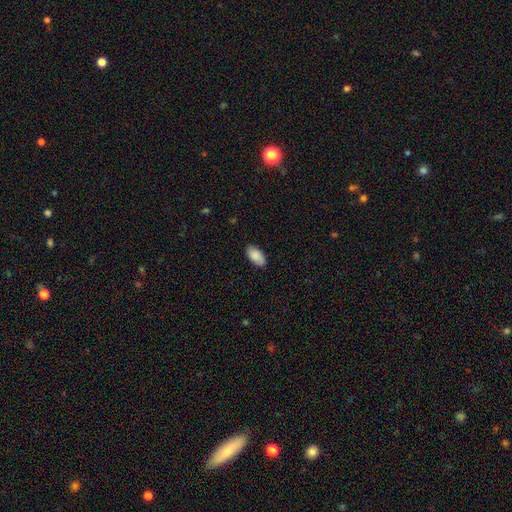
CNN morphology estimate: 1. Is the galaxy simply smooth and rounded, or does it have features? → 88% smooth, 6% featured or disk, 6% star or artifact.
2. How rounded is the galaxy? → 95% in between, 3% cigar-shaped, 2% round.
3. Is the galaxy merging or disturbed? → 86% none, 11% minor disturbance, 2% major disturbance, 1% merger.